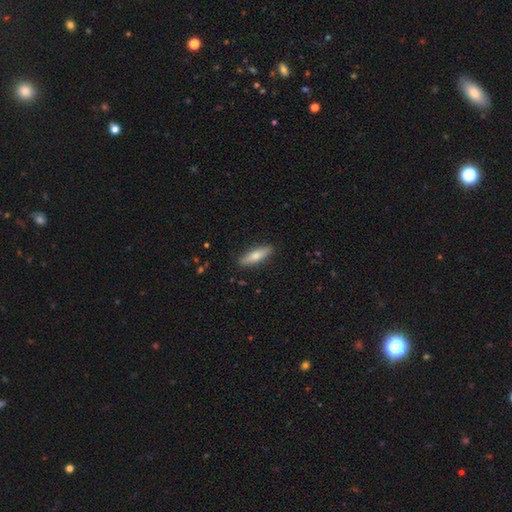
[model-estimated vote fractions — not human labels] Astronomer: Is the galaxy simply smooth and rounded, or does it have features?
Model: smooth — 75%.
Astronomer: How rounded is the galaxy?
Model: cigar-shaped — 57% (runner-up: in between, 41%).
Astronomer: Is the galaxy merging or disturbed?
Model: none — 89%.